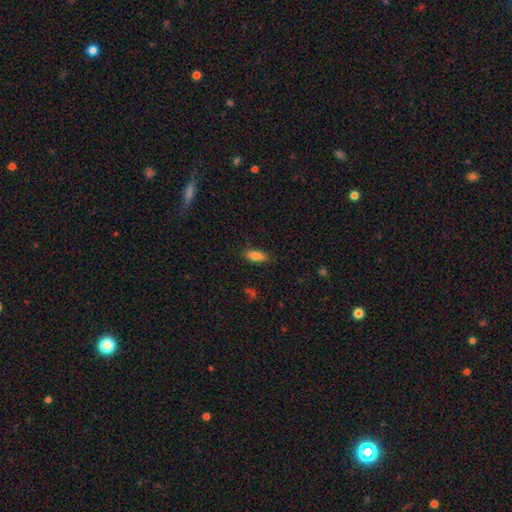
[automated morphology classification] This is clearly a smooth galaxy (84%). How rounded: clearly in between (82%). Merging: clearly none (86%).